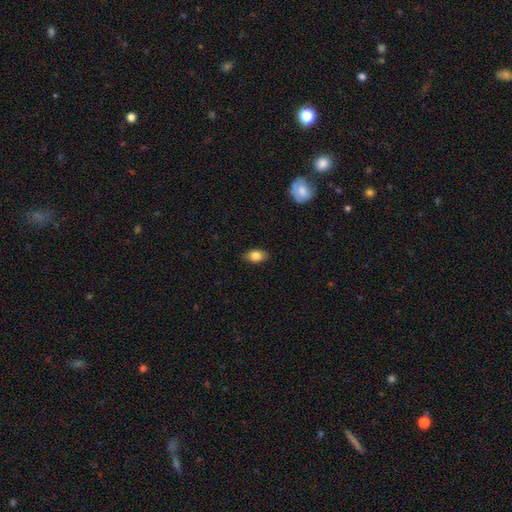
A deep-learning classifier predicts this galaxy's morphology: Smooth or featured? smooth (82%)
How rounded? in between (86%)
Merging? none (87%)